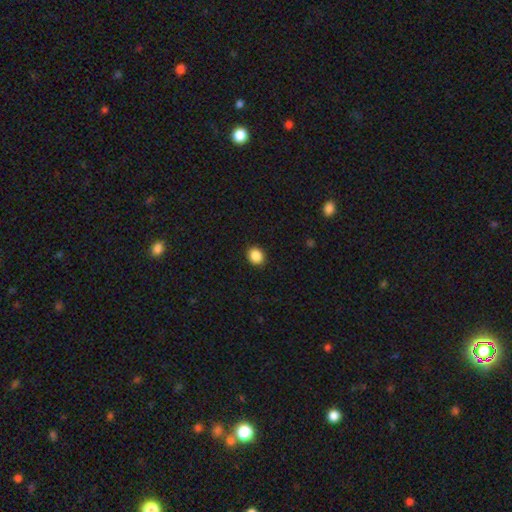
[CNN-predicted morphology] A smooth galaxy with no disk features (88%) that is round (75%). Merging: none (92%).